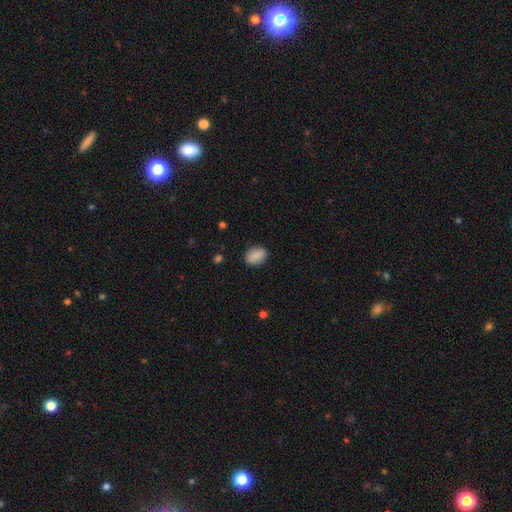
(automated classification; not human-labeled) Smooth or featured: smooth — 87% (star or artifact — 7%)
How rounded: in between — 79% (round — 19%)
Merging: none — 86% (minor disturbance — 11%)